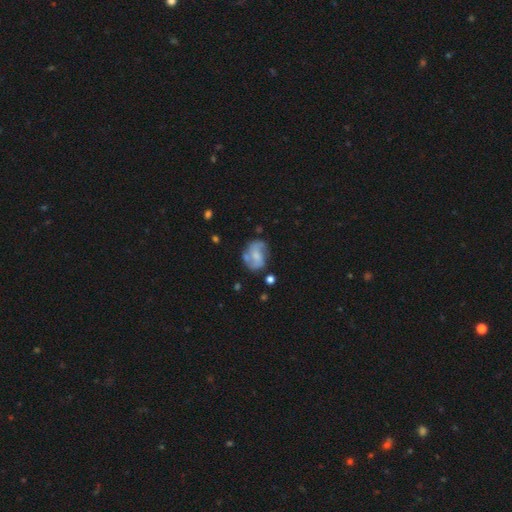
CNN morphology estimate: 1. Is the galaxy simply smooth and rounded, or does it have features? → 65% featured or disk, 28% smooth, 8% star or artifact.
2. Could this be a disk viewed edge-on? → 98% no, 2% yes.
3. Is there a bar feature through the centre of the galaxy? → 56% no, 35% weak, 9% strong.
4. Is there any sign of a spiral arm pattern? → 83% yes, 17% no.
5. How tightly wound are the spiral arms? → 44% medium, 38% loose, 18% tight.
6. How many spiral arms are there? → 77% 2, 11% can't tell, 5% 3, 4% 1, 2% 4, 1% more than 4.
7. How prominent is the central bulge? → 30% small (tied), 30% none (tied), 30% moderate (tied), 8% large, 2% dominant.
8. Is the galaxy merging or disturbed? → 57% none, 24% minor disturbance, 13% major disturbance, 7% merger.